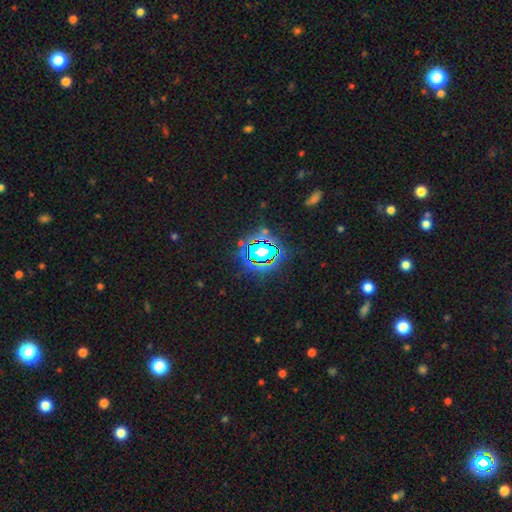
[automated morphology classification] Overall: star or artifact (82%).